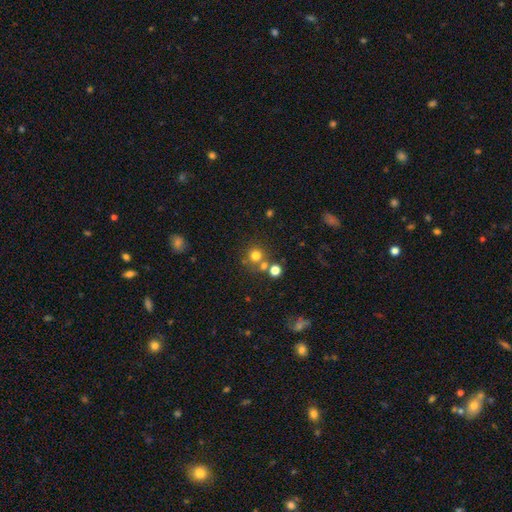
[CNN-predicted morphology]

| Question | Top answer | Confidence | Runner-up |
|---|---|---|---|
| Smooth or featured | smooth | 73% | star or artifact (18%) |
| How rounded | round | 91% | in between (8%) |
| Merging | none | 67% | merger (21%) |